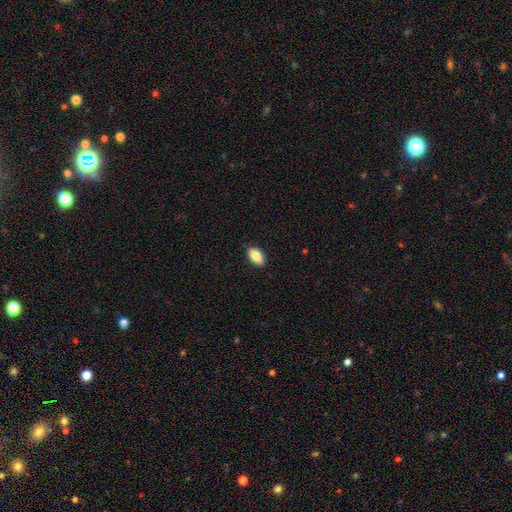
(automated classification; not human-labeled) Q: Smooth or featured?
A: smooth (82%); runner-up: featured or disk (11%)
Q: How rounded?
A: in between (89%); runner-up: cigar-shaped (7%)
Q: Merging?
A: none (87%); runner-up: minor disturbance (10%)